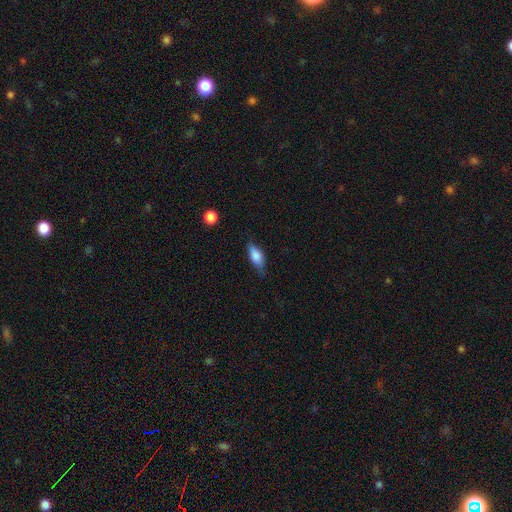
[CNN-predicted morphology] smooth-or-featured: smooth: 76% | featured or disk: 17% | star or artifact: 7%
  how-rounded: in between: 79% | cigar-shaped: 17% | round: 4%
  merging: none: 68% | minor disturbance: 25% | major disturbance: 6% | merger: 1%